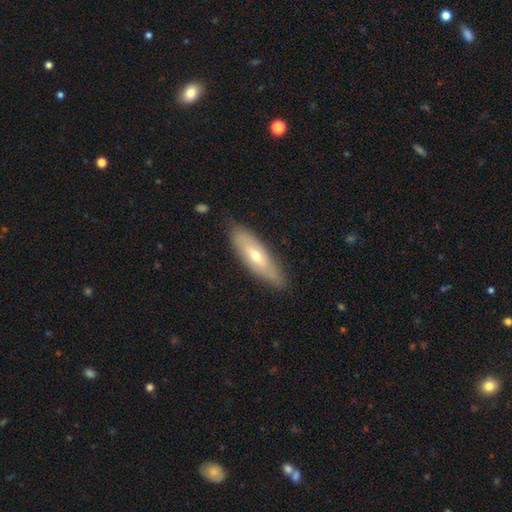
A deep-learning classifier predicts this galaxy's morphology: Smooth or featured: featured or disk — 49% (smooth — 45%)
Merging: none — 81% (minor disturbance — 15%)